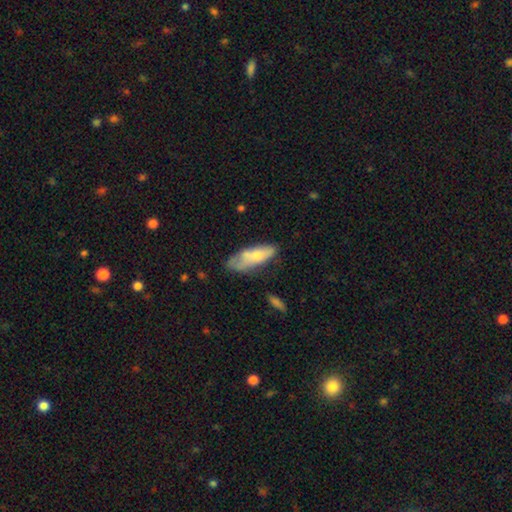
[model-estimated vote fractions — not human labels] A smooth galaxy with no disk features (61%) that is in between round and cigar-shaped (70%). Merging: none (37%).